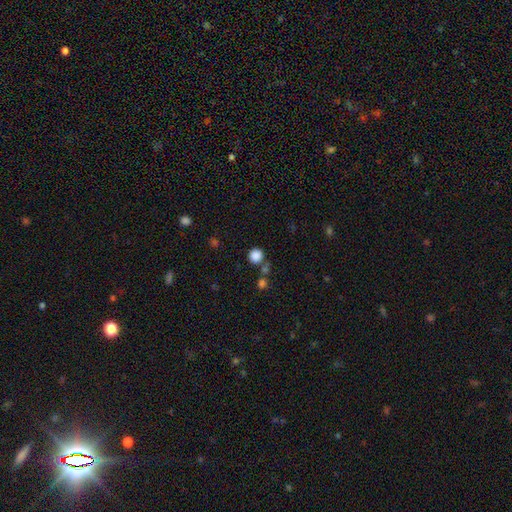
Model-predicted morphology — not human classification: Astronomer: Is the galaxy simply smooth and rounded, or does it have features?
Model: smooth — 85%.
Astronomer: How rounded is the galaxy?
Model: round — 93%.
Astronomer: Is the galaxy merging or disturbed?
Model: none — 74%.